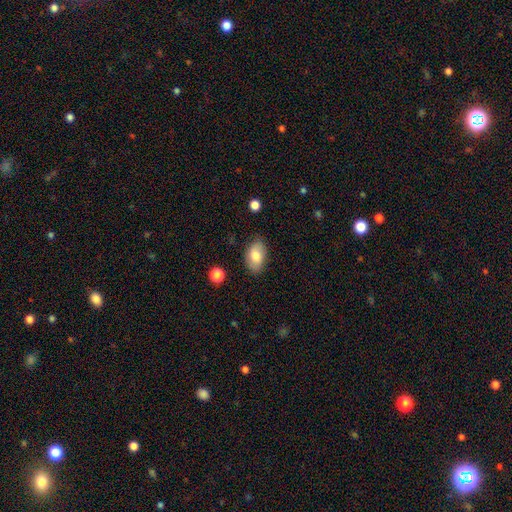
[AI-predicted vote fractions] smooth-or-featured: smooth: 78% | featured or disk: 15% | star or artifact: 7%
  how-rounded: in between: 92% | round: 7% | cigar-shaped: 1%
  merging: none: 82% | minor disturbance: 14% | major disturbance: 3% | merger: 1%